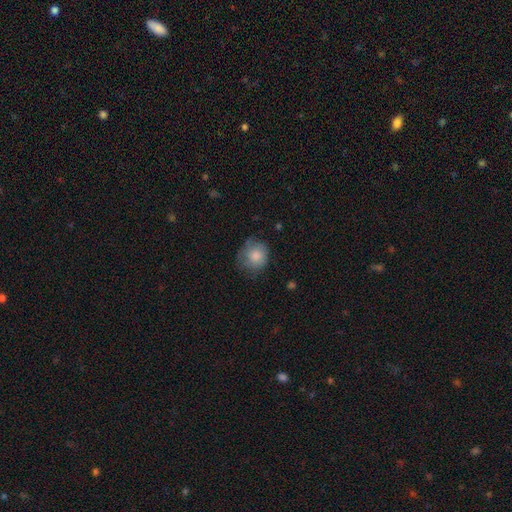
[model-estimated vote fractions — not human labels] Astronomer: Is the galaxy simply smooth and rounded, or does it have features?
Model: smooth — 81%.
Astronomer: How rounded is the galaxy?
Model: round — 81%.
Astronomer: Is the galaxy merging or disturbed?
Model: none — 61%.